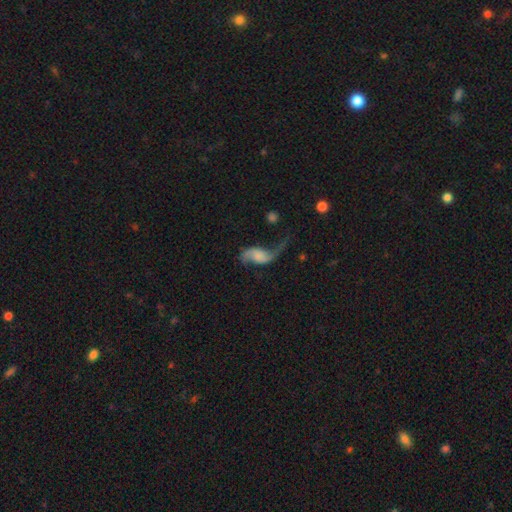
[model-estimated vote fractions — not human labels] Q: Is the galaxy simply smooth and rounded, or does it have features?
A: featured or disk — 73%.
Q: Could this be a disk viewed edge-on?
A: no — 95%.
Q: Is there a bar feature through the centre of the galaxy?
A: no — 60%.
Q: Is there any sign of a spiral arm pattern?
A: yes — 93%.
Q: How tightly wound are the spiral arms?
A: loose — 89%.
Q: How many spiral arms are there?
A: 2 — 87%.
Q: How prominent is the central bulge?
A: none — 54%.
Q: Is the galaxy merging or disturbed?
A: none — 45%.